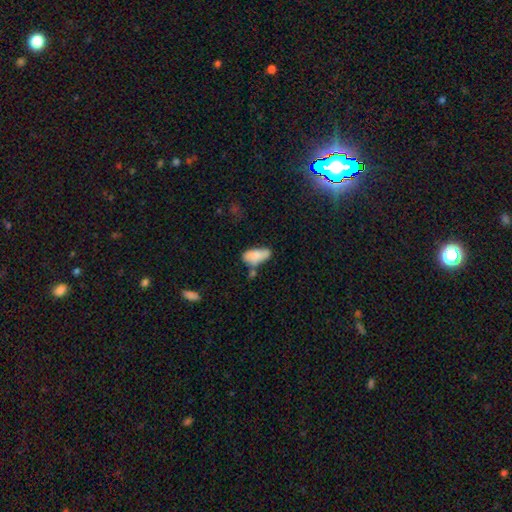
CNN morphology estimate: Smooth or featured?
  - smooth: 78% *
  - featured or disk: 14%
  - star or artifact: 8%
How rounded?
  - in between: 89% *
  - cigar-shaped: 9%
  - round: 3%
Merging?
  - none: 38% *
  - minor disturbance: 29%
  - merger: 21%
  - major disturbance: 12%